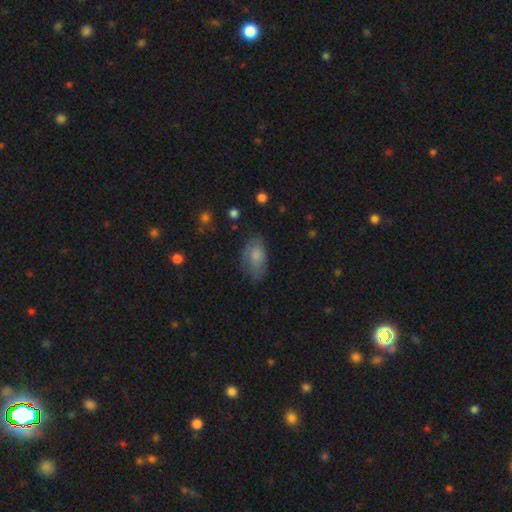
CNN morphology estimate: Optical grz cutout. It shows a smooth galaxy with no disk features (78%) that is in between round and cigar-shaped (92%). Merging: none (64%).